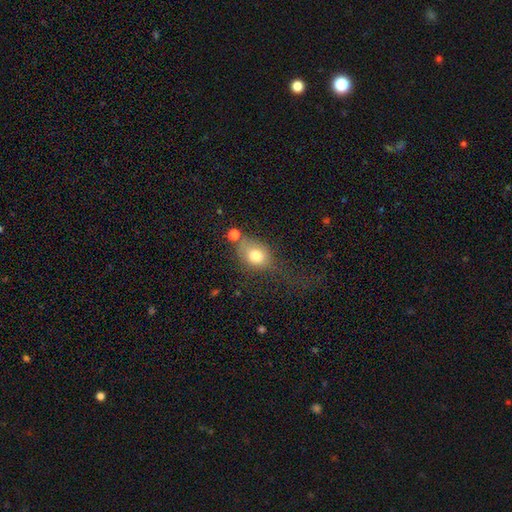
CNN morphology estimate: A smooth galaxy with no disk features (77%) that is in between round and cigar-shaped (66%).

Vote fractions:
- Smooth or featured? smooth: 77% / featured or disk: 14% / star or artifact: 9%
- How rounded? in between: 66% / round: 32% / cigar-shaped: 2%
- Merging? none: 39% / minor disturbance: 25% / major disturbance: 25% / merger: 11%